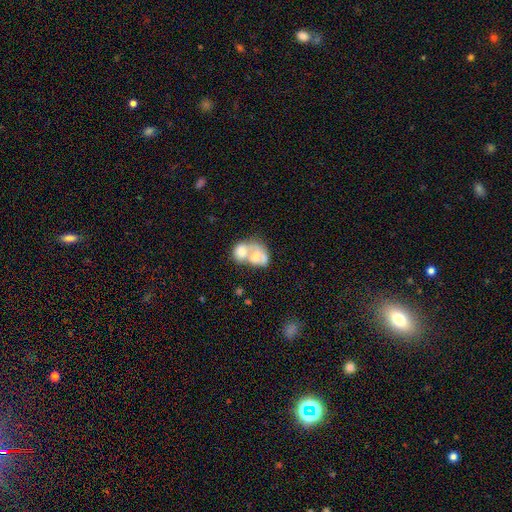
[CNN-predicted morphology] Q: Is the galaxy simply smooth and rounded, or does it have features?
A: smooth — 54%.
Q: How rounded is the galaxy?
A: in between — 62%.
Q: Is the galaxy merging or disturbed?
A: merger — 78%.